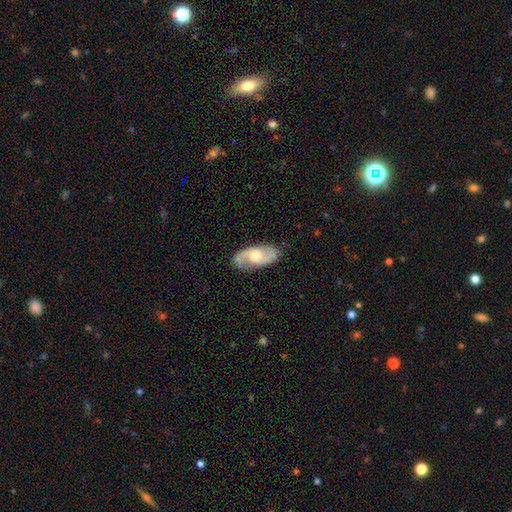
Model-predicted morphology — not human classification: Q: Smooth or featured?
A: featured or disk (80%); runner-up: smooth (16%)
Q: Edge-on disk?
A: no (95%); runner-up: yes (5%)
Q: Bar?
A: no (60%); runner-up: weak (34%)
Q: Spiral arms?
A: yes (94%); runner-up: no (6%)
Q: Spiral winding?
A: medium (49%); runner-up: loose (33%)
Q: Spiral arm count?
A: 2 (89%); runner-up: can't tell (5%)
Q: Bulge size?
A: moderate (58%); runner-up: small (36%)
Q: Merging?
A: none (81%); runner-up: minor disturbance (14%)